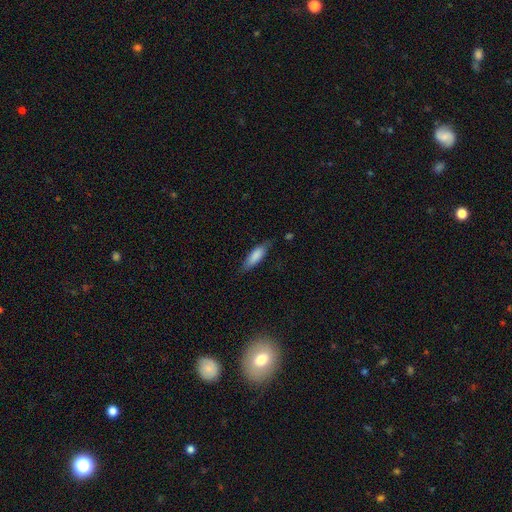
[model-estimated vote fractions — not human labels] smooth-or-featured: smooth: 82% | featured or disk: 12% | star or artifact: 6%
  how-rounded: cigar-shaped: 51% | in between: 47% | round: 2%
  merging: none: 74% | minor disturbance: 20% | major disturbance: 4% | merger: 2%